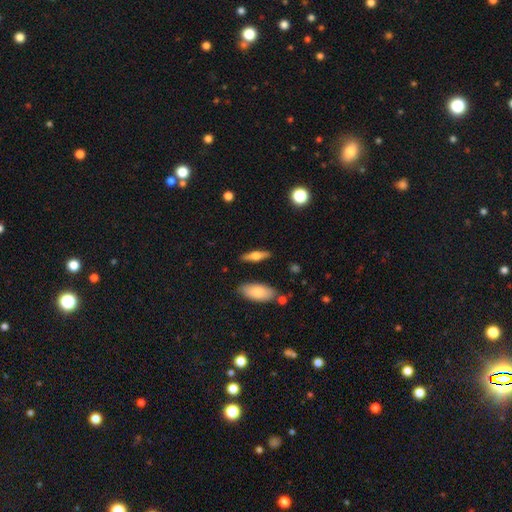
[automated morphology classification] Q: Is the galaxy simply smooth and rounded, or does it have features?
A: smooth — 49%.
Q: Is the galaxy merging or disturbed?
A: none — 84%.